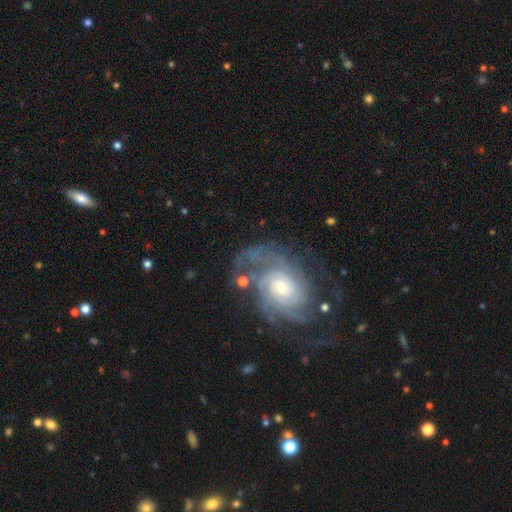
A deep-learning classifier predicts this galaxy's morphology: Smooth or featured?
  - featured or disk: 86% *
  - smooth: 8%
  - star or artifact: 7%
Edge-on disk?
  - no: 97% *
  - yes: 3%
Bar?
  - no: 73% *
  - weak: 21%
  - strong: 5%
Spiral arms?
  - yes: 95% *
  - no: 5%
Spiral winding?
  - tight: 50% *
  - medium: 37%
  - loose: 14%
Spiral arm count?
  - 2: 34% *
  - can't tell: 25%
  - 3: 19%
  - 4: 9%
  - 1: 7%
  - more than 4: 6%
Bulge size?
  - moderate: 46% *
  - small: 42%
  - large: 9%
  - none: 2%
  - dominant: 2%
Merging?
  - none: 66% *
  - minor disturbance: 17%
  - major disturbance: 15%
  - merger: 3%